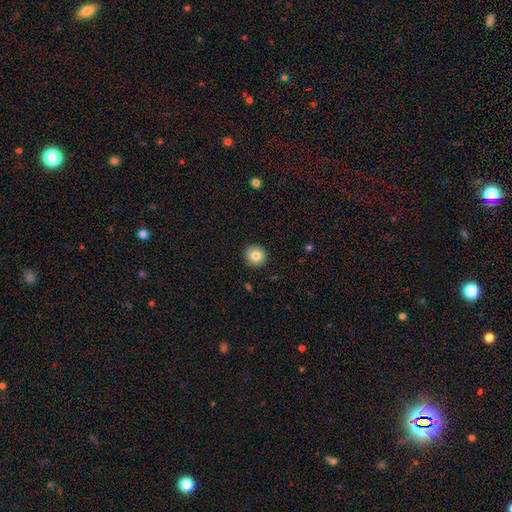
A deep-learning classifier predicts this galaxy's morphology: Smooth or featured: smooth — 84% (star or artifact — 9%)
How rounded: round — 92% (in between — 7%)
Merging: none — 91% (minor disturbance — 6%)